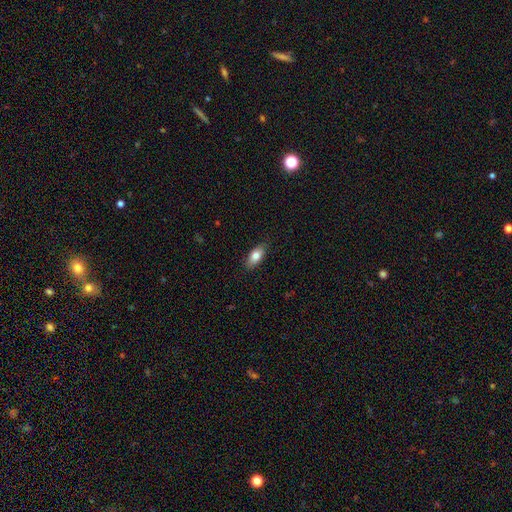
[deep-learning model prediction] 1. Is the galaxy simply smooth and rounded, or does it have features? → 80% smooth, 13% featured or disk, 7% star or artifact.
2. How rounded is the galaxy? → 87% in between, 10% cigar-shaped, 4% round.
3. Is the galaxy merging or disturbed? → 85% none, 12% minor disturbance, 2% major disturbance, 1% merger.